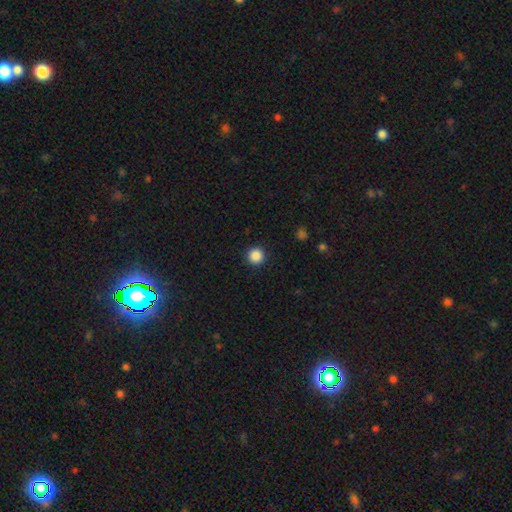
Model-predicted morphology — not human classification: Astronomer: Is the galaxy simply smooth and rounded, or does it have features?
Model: smooth — 87%.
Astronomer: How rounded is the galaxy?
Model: round — 96%.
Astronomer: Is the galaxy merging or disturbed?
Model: none — 93%.